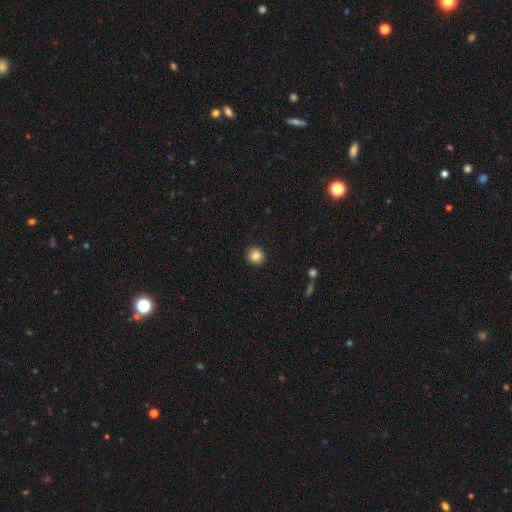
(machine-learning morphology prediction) Q: Smooth or featured?
A: smooth (83%); runner-up: star or artifact (9%)
Q: How rounded?
A: round (91%); runner-up: in between (8%)
Q: Merging?
A: none (92%); runner-up: minor disturbance (5%)